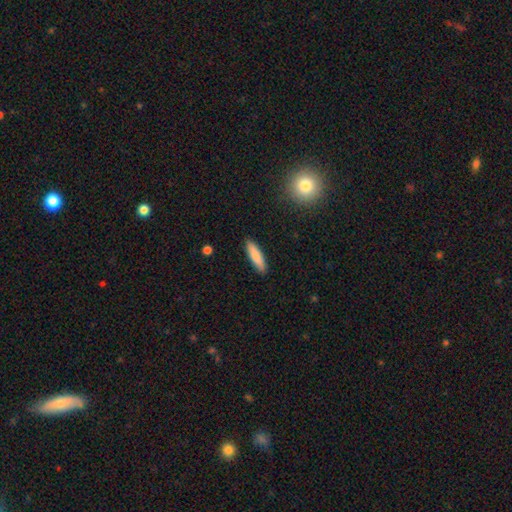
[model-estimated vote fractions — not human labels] Q: Smooth or featured?
A: smooth (82%); runner-up: featured or disk (12%)
Q: How rounded?
A: cigar-shaped (70%); runner-up: in between (29%)
Q: Merging?
A: none (90%); runner-up: minor disturbance (7%)